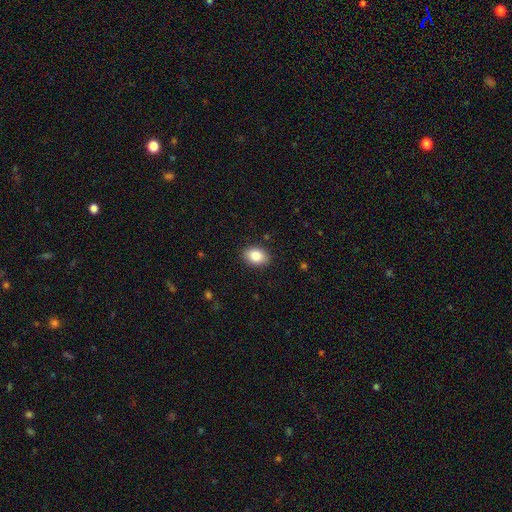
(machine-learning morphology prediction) smooth-or-featured: smooth: 87% | star or artifact: 7% | featured or disk: 6%
  how-rounded: in between: 81% | round: 18% | cigar-shaped: 1%
  merging: none: 88% | minor disturbance: 9% | major disturbance: 2% | merger: 1%